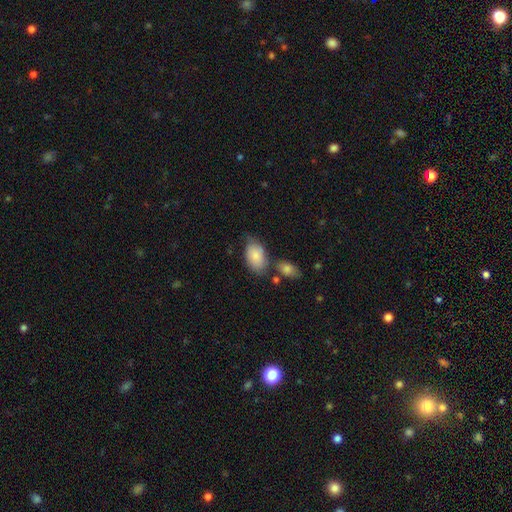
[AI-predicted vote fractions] Smooth or featured? Predicted: smooth (p=0.79). How rounded? Predicted: in between (p=0.91). Merging? Predicted: none (p=0.49).